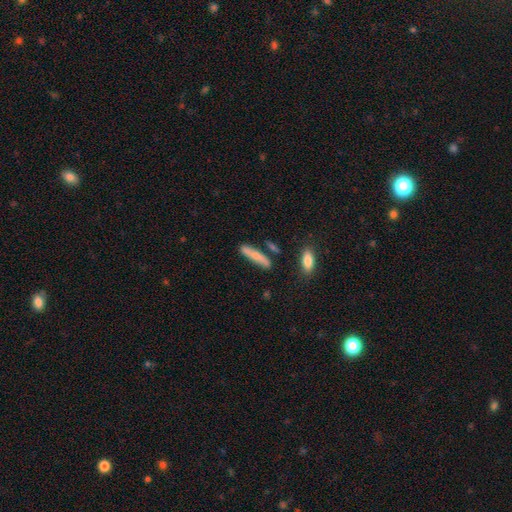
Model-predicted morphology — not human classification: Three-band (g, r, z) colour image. It shows a smooth galaxy with no disk features (68%) that is cigar-shaped (84%). Merging: none (73%).